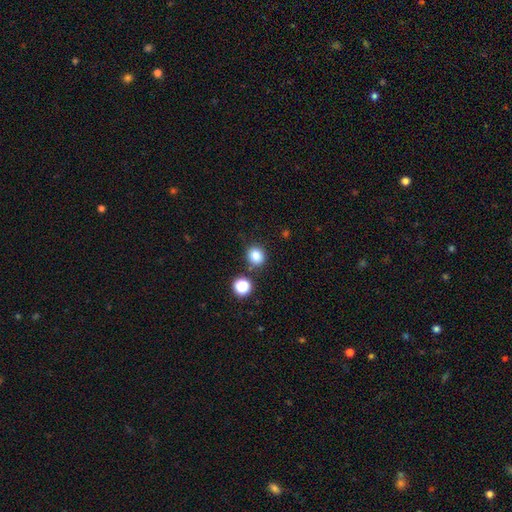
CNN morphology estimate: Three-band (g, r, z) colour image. It shows a smooth galaxy with no disk features (83%) that is round (83%). Merging: none (83%).